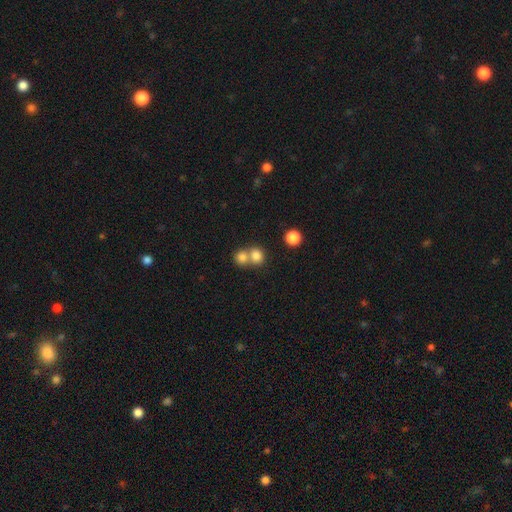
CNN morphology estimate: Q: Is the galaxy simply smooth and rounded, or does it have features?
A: smooth — 80%.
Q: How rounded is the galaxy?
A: round — 78%.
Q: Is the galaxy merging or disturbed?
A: merger — 55%.